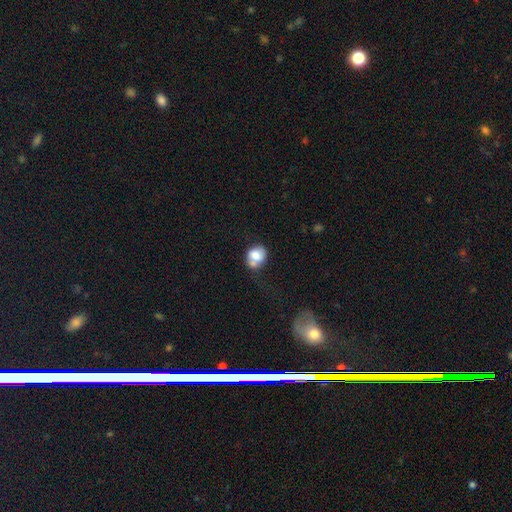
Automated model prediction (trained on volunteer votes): Smooth or featured: smooth — 72% (featured or disk — 20%)
How rounded: round — 61% (in between — 38%)
Merging: none — 41% (merger — 30%)